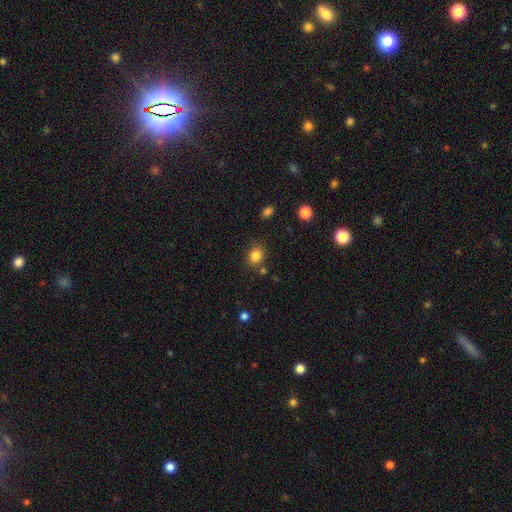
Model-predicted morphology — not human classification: Smooth or featured? smooth (83%)
How rounded? round (64%)
Merging? none (78%)